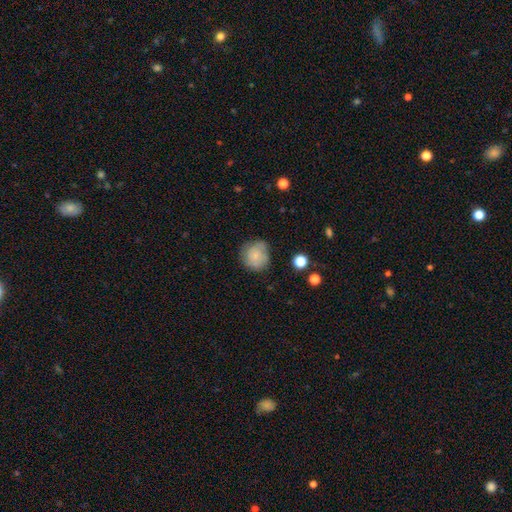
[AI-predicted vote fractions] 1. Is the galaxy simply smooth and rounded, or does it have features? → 62% smooth, 29% featured or disk, 8% star or artifact.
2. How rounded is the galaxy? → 84% round, 15% in between, 1% cigar-shaped.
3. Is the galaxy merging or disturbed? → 70% none, 21% minor disturbance, 7% major disturbance, 2% merger.